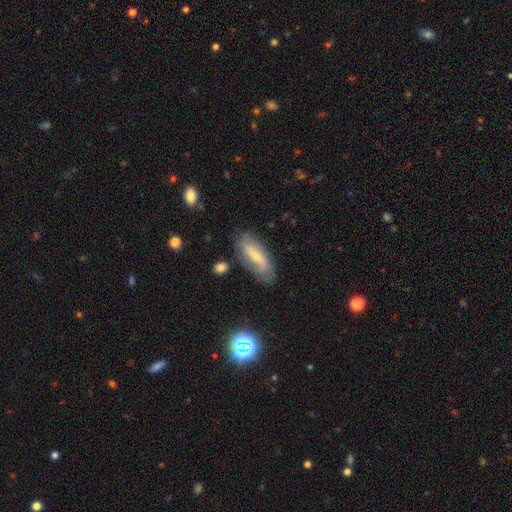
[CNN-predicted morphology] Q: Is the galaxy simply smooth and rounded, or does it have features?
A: featured or disk — 63%.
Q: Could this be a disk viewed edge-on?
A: no — 85%.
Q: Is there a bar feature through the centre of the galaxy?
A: weak — 42%.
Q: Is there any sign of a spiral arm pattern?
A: yes — 80%.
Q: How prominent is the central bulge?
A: small — 57%.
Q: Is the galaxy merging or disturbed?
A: none — 74%.